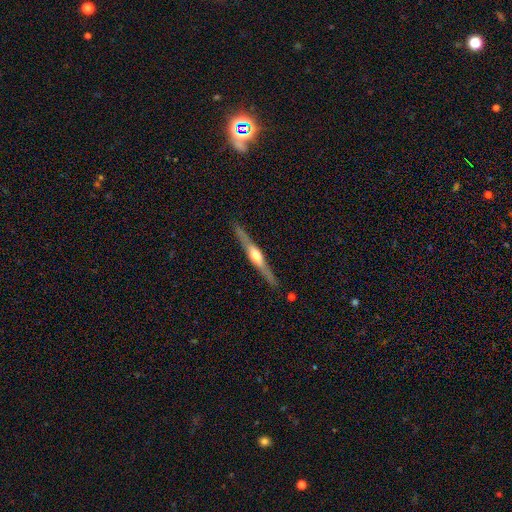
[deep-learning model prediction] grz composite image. It shows a featured or disk galaxy (74%) viewed edge-on (97%) with a rounded central bulge (89%). Merging: none (89%).